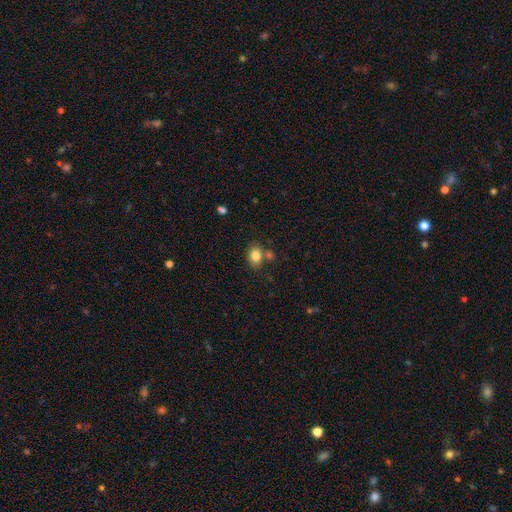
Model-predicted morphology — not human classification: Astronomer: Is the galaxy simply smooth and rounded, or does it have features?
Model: smooth — 83%.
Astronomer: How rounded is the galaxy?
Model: in between — 57% (runner-up: round, 42%).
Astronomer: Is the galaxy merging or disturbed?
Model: none — 69%.